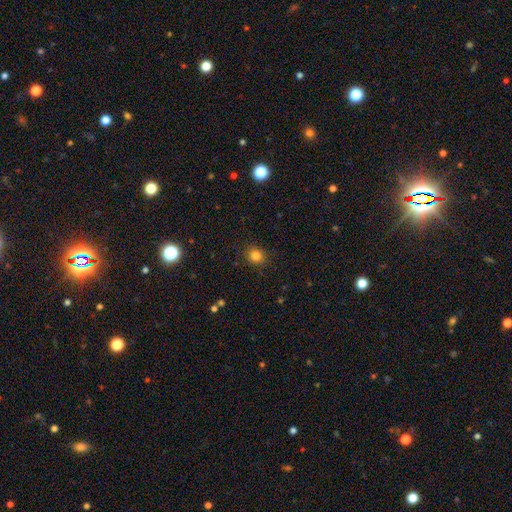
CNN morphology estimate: smooth 83%, star or artifact 13%, featured or disk 4%. Down the decision tree: how rounded — round (82%); merging — none (88%).